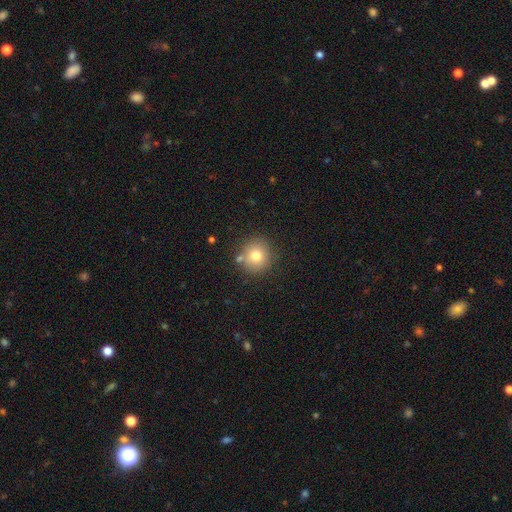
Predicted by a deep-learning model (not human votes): Smooth or featured? Predicted: smooth (p=0.77). How rounded? Predicted: round (p=0.91). Merging? Predicted: none (p=0.80).